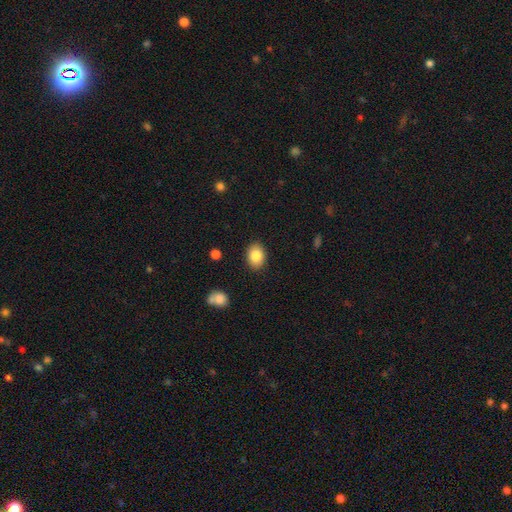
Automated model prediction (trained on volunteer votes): This appears to be a smooth galaxy with no disk features (84%) that is in between round and cigar-shaped (74%). Merging: none (88%).